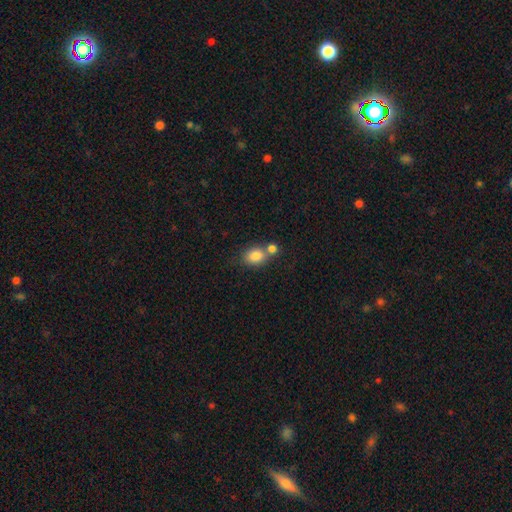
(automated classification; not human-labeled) Morphology: type=smooth (84%); roundness=in between (61%); merging=none (49%).